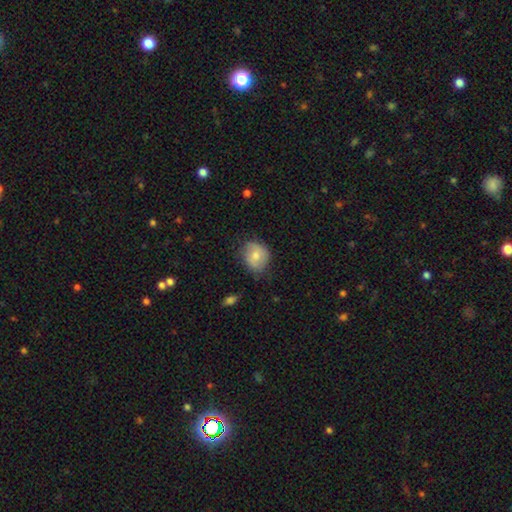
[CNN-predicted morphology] Smooth or featured? Predicted: smooth (p=0.70). How rounded? Predicted: round (p=0.65). Merging? Predicted: none (p=0.66).